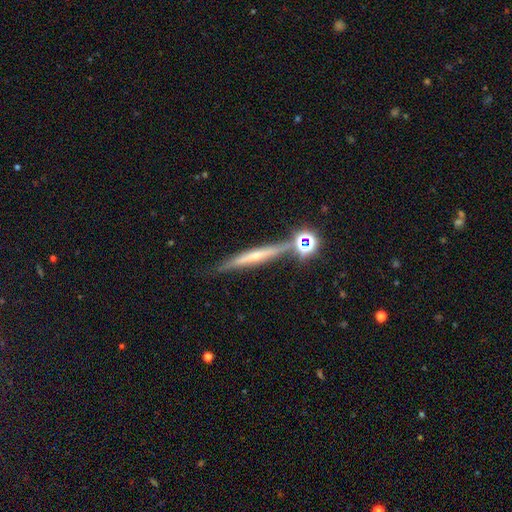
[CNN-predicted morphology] type=featured or disk (59%); edge-on=yes (93%); edge-on bulge=rounded (55%); merging=none (78%).